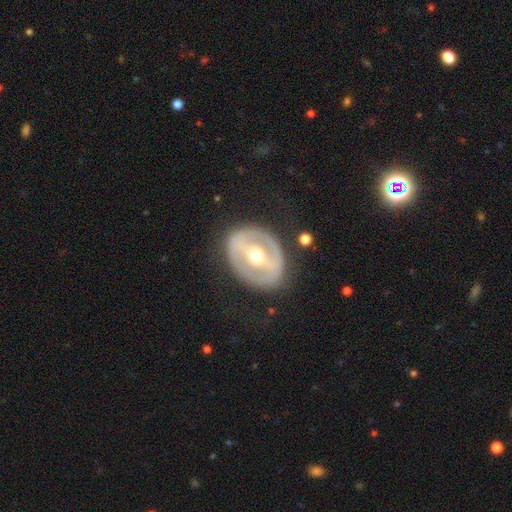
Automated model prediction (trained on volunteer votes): Morphology: type=featured or disk (76%); edge-on=no (93%); bar=strong (58%); spiral arms=no (71%); bulge=moderate (59%); merging=none (80%).